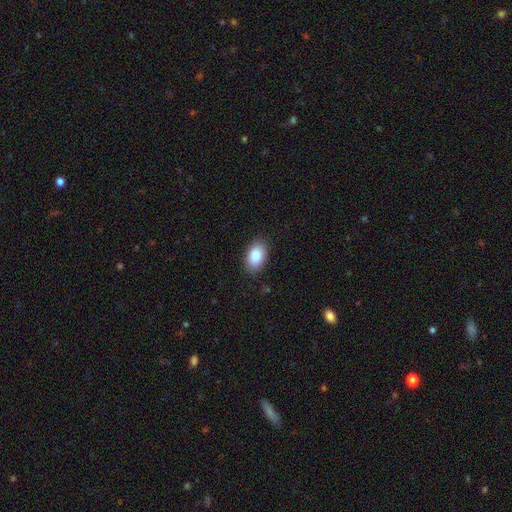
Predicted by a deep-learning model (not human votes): Q: Smooth or featured?
A: smooth (86%); runner-up: star or artifact (7%)
Q: How rounded?
A: in between (92%); runner-up: round (7%)
Q: Merging?
A: none (86%); runner-up: minor disturbance (10%)